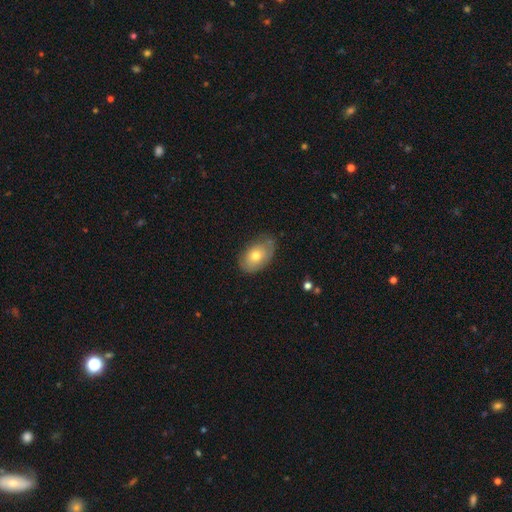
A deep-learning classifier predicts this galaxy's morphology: type=smooth (69%); roundness=in between (88%); merging=none (63%).